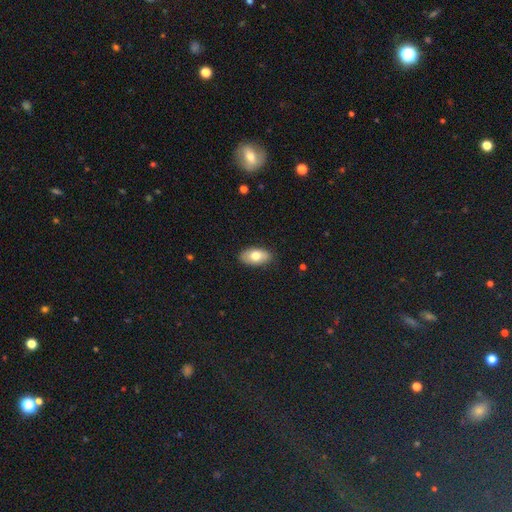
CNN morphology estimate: smooth-or-featured: smooth: 73% | featured or disk: 21% | star or artifact: 7%
  how-rounded: in between: 93% | round: 5% | cigar-shaped: 2%
  merging: none: 86% | minor disturbance: 11% | major disturbance: 2% | merger: 1%